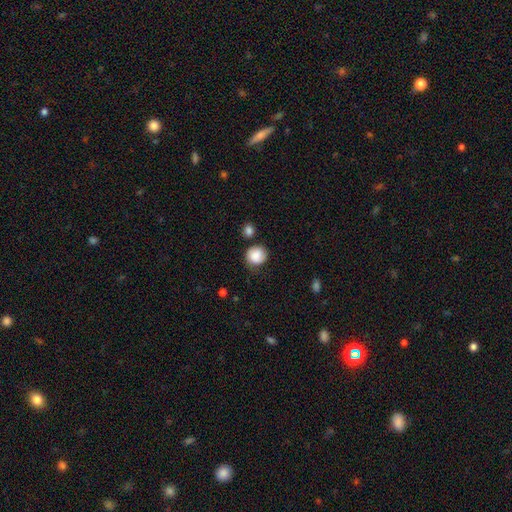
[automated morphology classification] smooth-or-featured: smooth: 86% | star or artifact: 8% | featured or disk: 6%
  how-rounded: round: 88% | in between: 12% | cigar-shaped: 1%
  merging: none: 71% | minor disturbance: 18% | merger: 6% | major disturbance: 5%